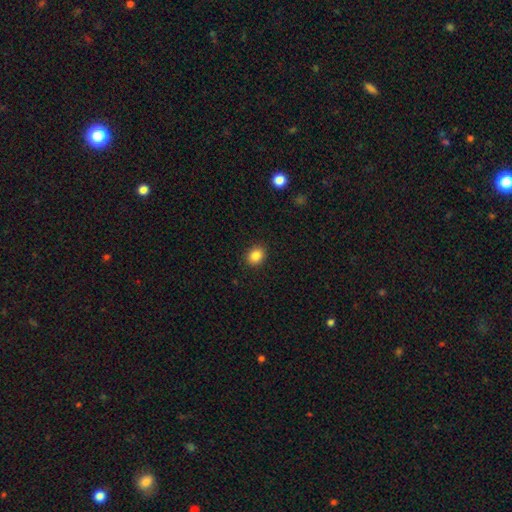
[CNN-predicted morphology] Smooth or featured: smooth — 86% (star or artifact — 9%)
How rounded: round — 53% (in between — 47%)
Merging: none — 90% (minor disturbance — 7%)